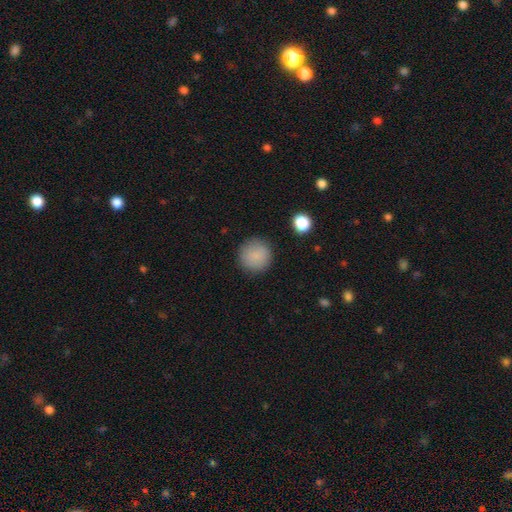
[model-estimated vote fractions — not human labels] Smooth or featured? smooth (85%)
How rounded? round (94%)
Merging? none (88%)